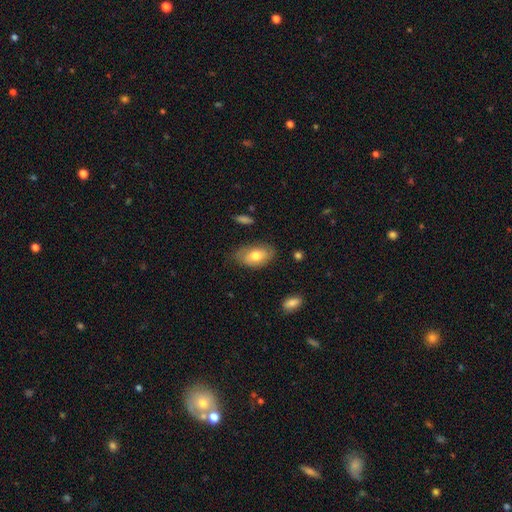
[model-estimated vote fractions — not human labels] This is likely a smooth galaxy (66%). How rounded: clearly in between (92%). Merging: likely none (71%).